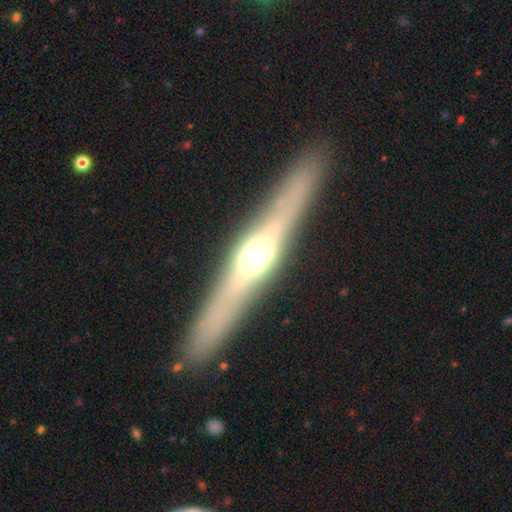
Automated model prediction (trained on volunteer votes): Smooth or featured? featured or disk (70%)
Edge-on disk? yes (94%)
Edge-on bulge? rounded (92%)
Merging? none (89%)